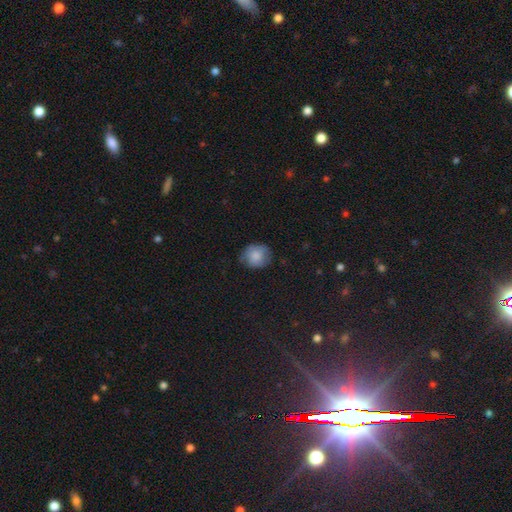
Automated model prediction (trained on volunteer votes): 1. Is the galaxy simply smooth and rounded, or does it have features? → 80% smooth, 13% featured or disk, 8% star or artifact.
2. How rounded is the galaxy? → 74% round, 25% in between, 1% cigar-shaped.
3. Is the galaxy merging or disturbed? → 68% none, 25% minor disturbance, 6% major disturbance, 1% merger.